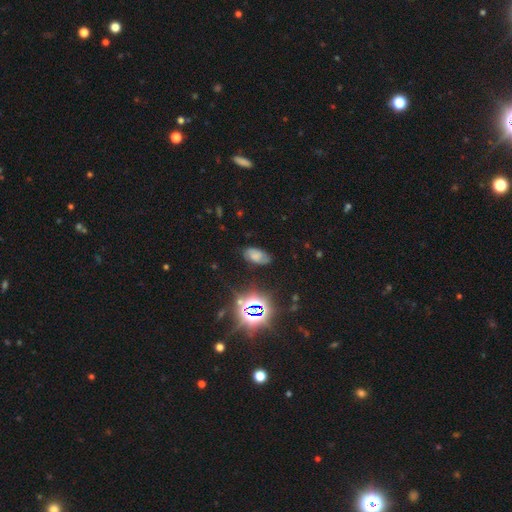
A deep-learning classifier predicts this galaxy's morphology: A smooth galaxy with no disk features (44%). Merging: none (70%).